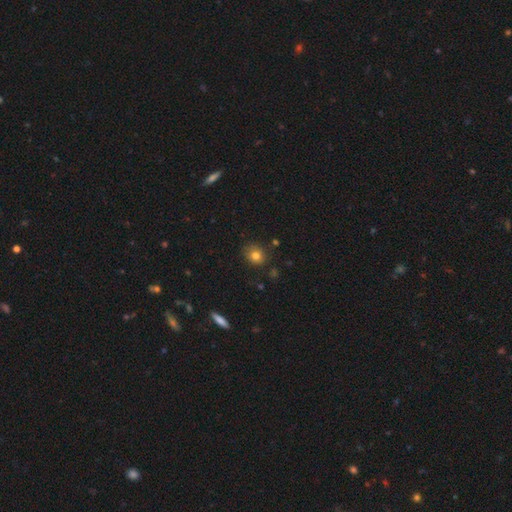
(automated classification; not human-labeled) A smooth galaxy with no disk features (78%) that is round (76%).

Vote fractions:
- Smooth or featured? smooth: 78% / star or artifact: 12% / featured or disk: 9%
- How rounded? round: 76% / in between: 23% / cigar-shaped: 1%
- Merging? none: 81% / minor disturbance: 14% / major disturbance: 3% / merger: 2%